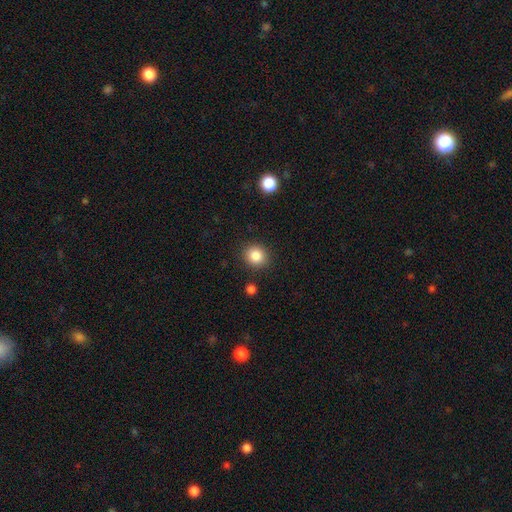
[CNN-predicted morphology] smooth_or_featured: smooth (p=0.86) [alt: star or artifact p=0.10]
how_rounded: round (p=0.82) [alt: in between p=0.17]
merging: none (p=0.88) [alt: minor disturbance p=0.07]